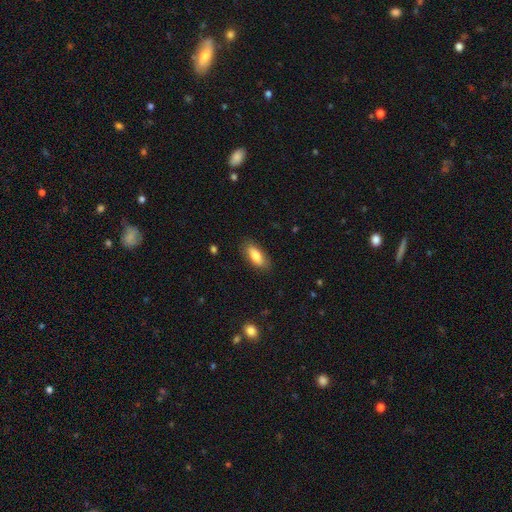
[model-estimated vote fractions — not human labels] This appears to be a smooth galaxy with no disk features (82%) that is in between round and cigar-shaped (79%). Merging: none (84%).